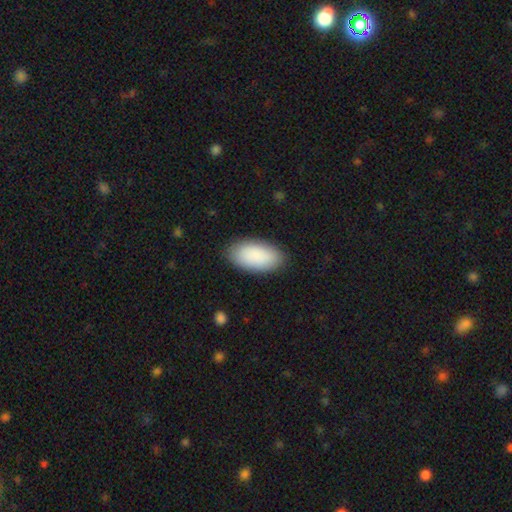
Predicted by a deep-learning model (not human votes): Smooth or featured? Predicted: smooth (p=0.89). How rounded? Predicted: in between (p=0.95). Merging? Predicted: none (p=0.87).